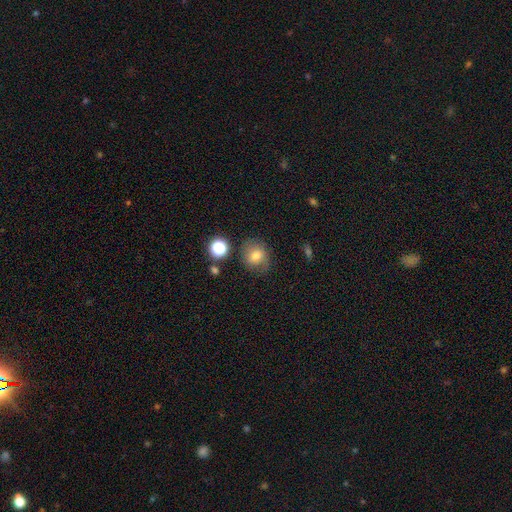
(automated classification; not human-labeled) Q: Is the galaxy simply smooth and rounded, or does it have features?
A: smooth — 70%.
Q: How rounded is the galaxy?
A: round — 69%.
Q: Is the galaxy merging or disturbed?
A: none — 71%.